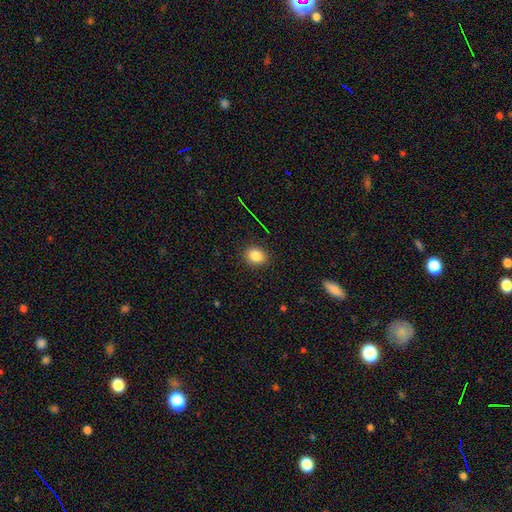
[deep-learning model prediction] Smooth or featured? smooth (83%)
How rounded? round (52%)
Merging? none (88%)